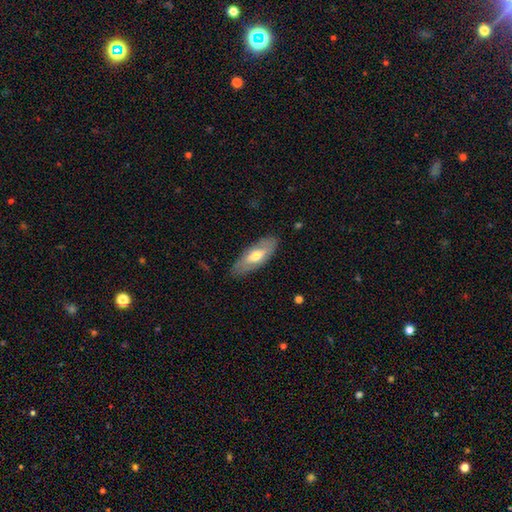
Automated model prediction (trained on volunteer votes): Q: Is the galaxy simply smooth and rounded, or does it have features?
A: smooth — 55%.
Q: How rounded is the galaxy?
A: in between — 76%.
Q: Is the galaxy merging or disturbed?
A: none — 83%.